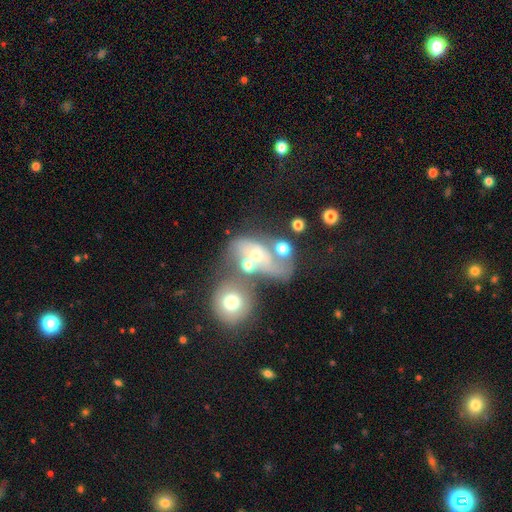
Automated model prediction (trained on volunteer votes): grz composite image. It shows a featured or disk galaxy (47%). Merging: merger (47%).